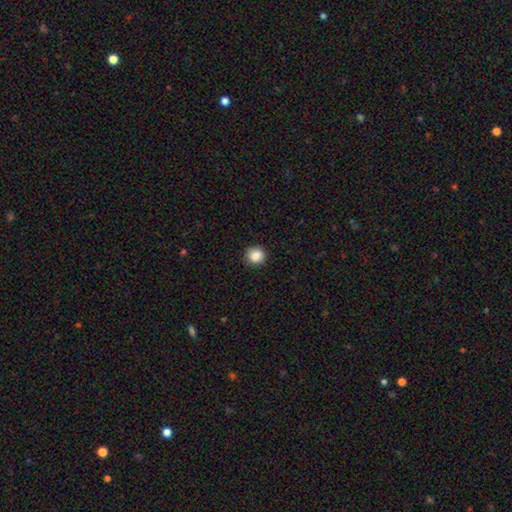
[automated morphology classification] type=smooth (87%); roundness=round (89%); merging=none (89%).